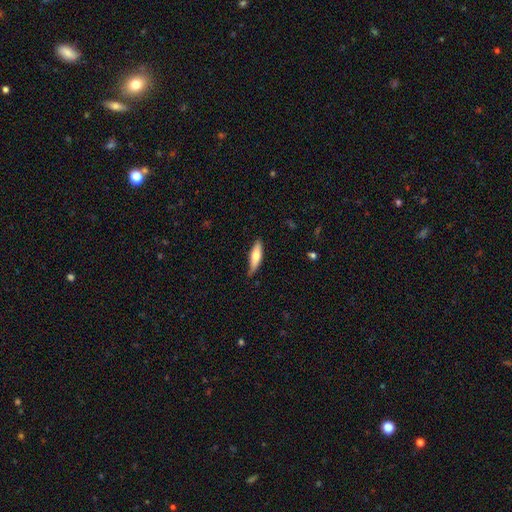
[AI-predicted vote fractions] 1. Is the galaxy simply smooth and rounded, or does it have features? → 63% smooth, 32% featured or disk, 6% star or artifact.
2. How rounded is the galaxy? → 64% cigar-shaped, 34% in between, 2% round.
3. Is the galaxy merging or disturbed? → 70% none, 25% minor disturbance, 4% major disturbance, 2% merger.